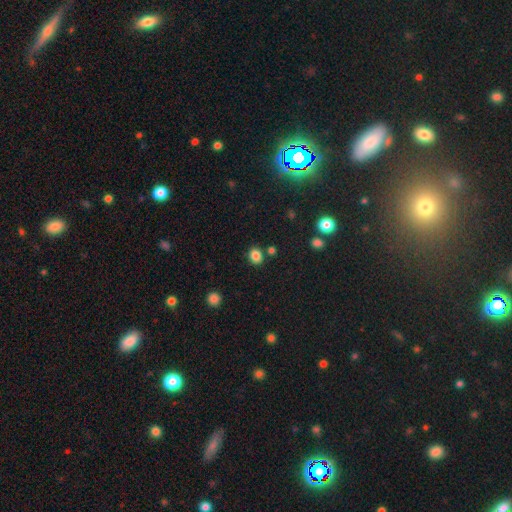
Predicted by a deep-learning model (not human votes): Q: Smooth or featured?
A: smooth (84%); runner-up: star or artifact (11%)
Q: How rounded?
A: round (64%); runner-up: in between (35%)
Q: Merging?
A: none (82%); runner-up: minor disturbance (9%)